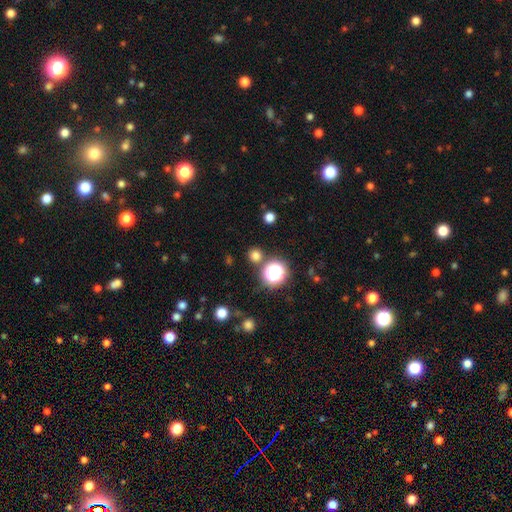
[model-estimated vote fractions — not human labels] Overall: smooth (72%). How rounded: round (93%). Merging: none (84%).